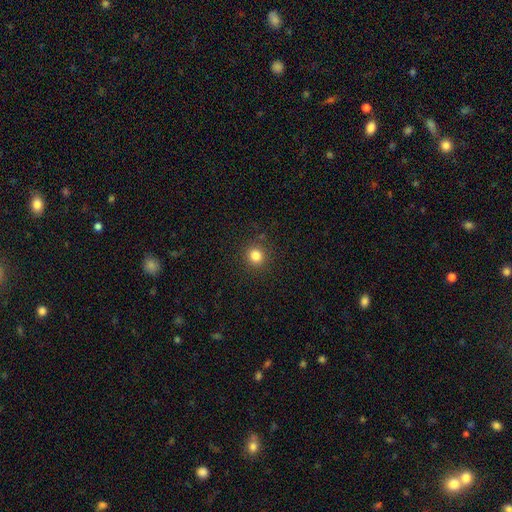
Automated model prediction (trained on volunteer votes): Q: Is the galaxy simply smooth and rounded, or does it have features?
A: smooth — 82%.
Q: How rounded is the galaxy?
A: round — 92%.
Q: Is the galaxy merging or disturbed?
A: none — 90%.